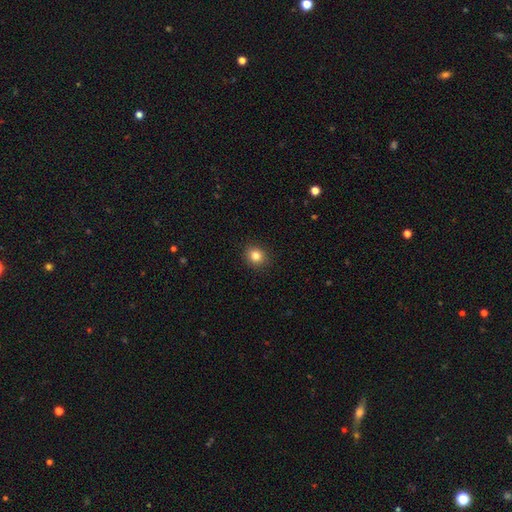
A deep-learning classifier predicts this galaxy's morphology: Smooth or featured?
  - smooth: 83% *
  - star or artifact: 11%
  - featured or disk: 6%
How rounded?
  - round: 81% *
  - in between: 18%
  - cigar-shaped: 1%
Merging?
  - none: 91% *
  - minor disturbance: 6%
  - major disturbance: 2%
  - merger: 1%